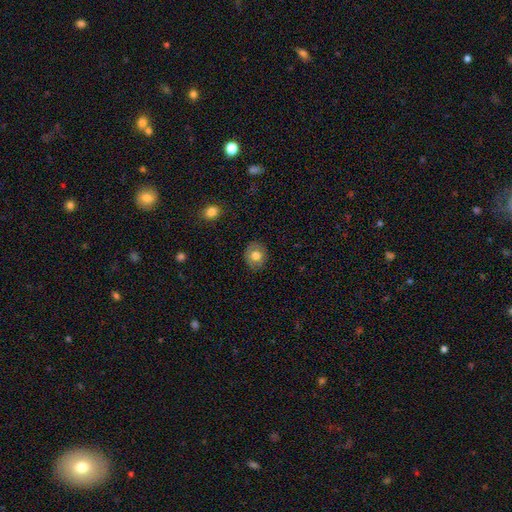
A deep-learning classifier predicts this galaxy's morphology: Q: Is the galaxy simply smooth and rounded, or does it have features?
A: smooth — 74%.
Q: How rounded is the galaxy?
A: round — 68%.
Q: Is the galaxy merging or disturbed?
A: none — 86%.